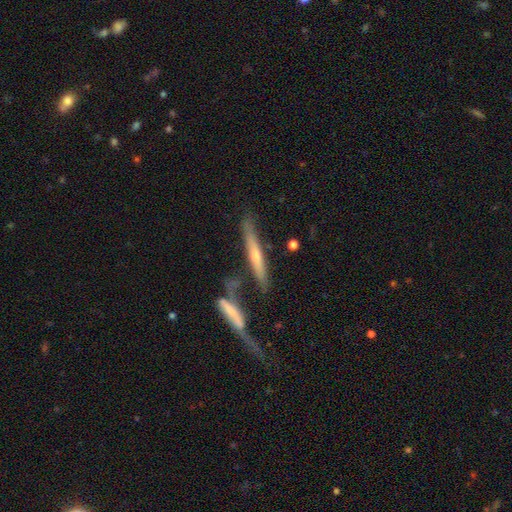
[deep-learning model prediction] Overall: featured or disk (55%; smooth 37%). Edge-on disk: yes (90%). Merging: none (57%; merger 20%).